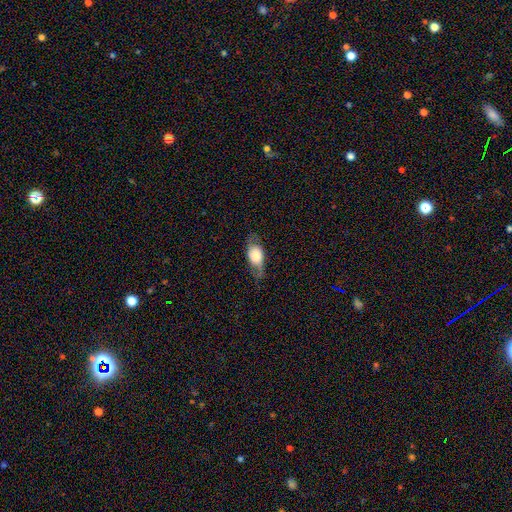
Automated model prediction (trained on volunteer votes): The model was most divided on "smooth or featured": smooth: 55%, featured or disk: 38%, star or artifact: 7%. More confident: how rounded — in between (80%); merging — none (66%).